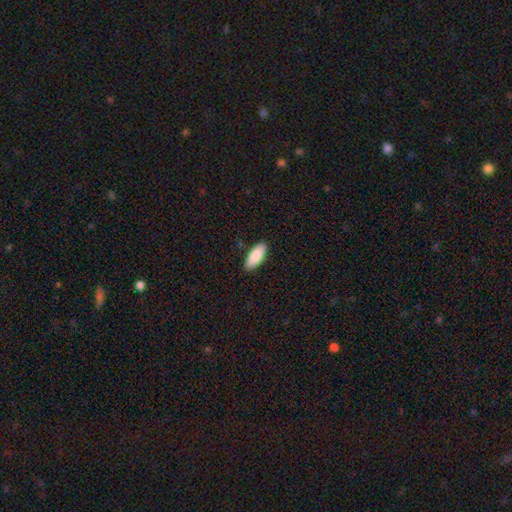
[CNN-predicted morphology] This appears to be a smooth galaxy with no disk features (88%) that is in between round and cigar-shaped (83%). Merging: none (89%).